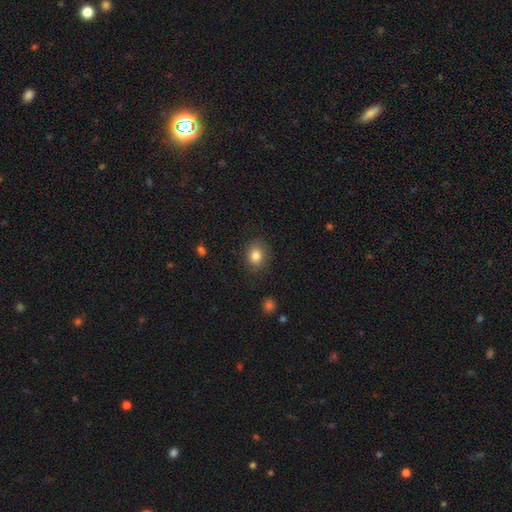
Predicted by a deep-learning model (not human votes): Overall: smooth (83%). How rounded: round (57%; in between 42%). Merging: none (82%).